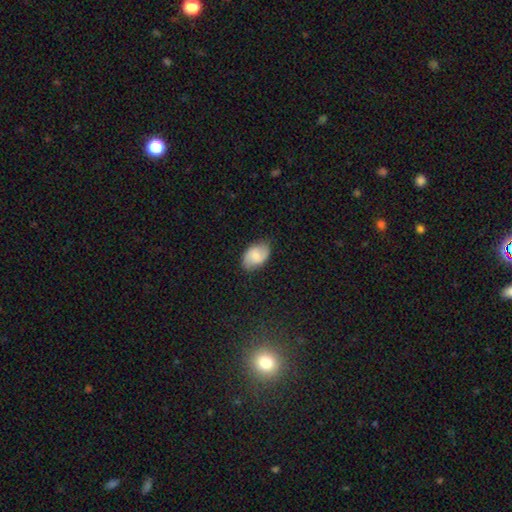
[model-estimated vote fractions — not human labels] smooth_or_featured: smooth (p=0.56) [alt: featured or disk p=0.37]
how_rounded: in between (p=0.88) [alt: round p=0.10]
merging: none (p=0.80) [alt: minor disturbance p=0.16]